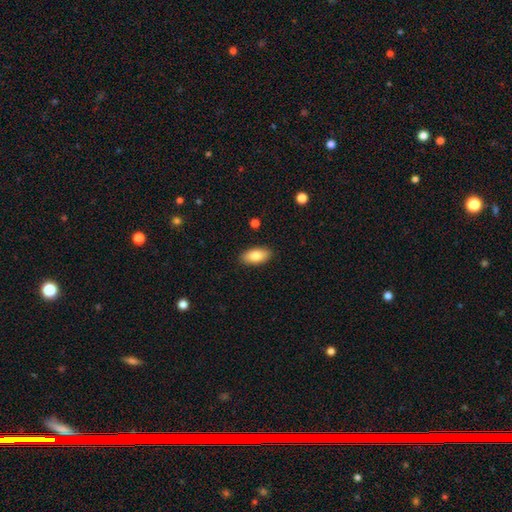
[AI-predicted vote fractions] The model was most divided on "smooth or featured": smooth: 84%, featured or disk: 10%, star or artifact: 6%. More confident: how rounded — in between (92%); merging — none (89%).